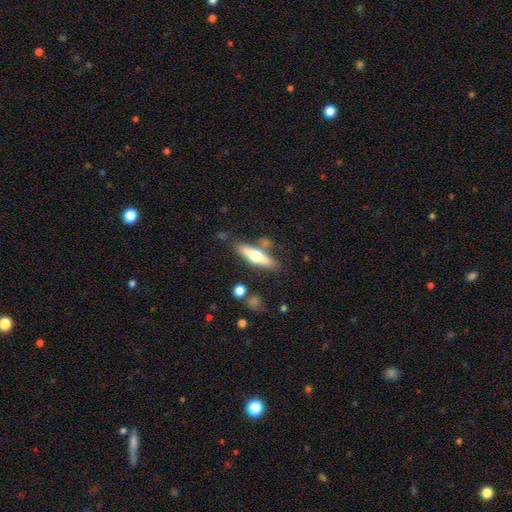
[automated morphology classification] A featured or disk galaxy (49%). Merging: none (76%).